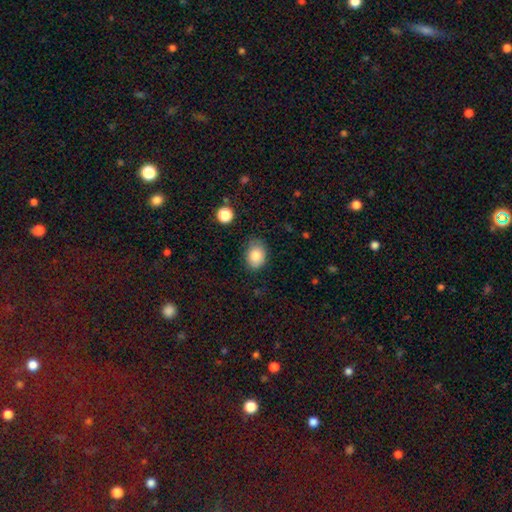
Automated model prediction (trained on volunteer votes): Overall: smooth (84%). How rounded: in between (73%). Merging: none (76%).